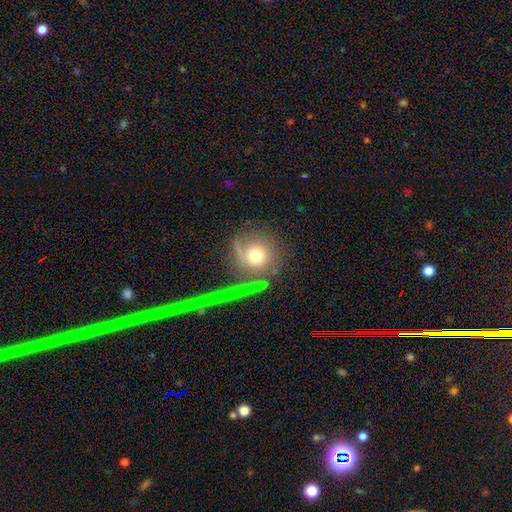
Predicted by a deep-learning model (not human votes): Morphology: type=smooth (58%); roundness=round (90%); merging=none (61%).